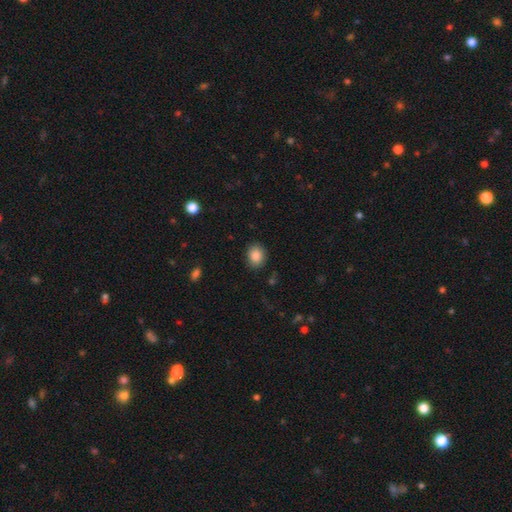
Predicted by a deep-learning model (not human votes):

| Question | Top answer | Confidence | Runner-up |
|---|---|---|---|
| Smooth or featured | smooth | 87% | star or artifact (9%) |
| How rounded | round | 52% | in between (47%) |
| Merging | none | 86% | minor disturbance (10%) |